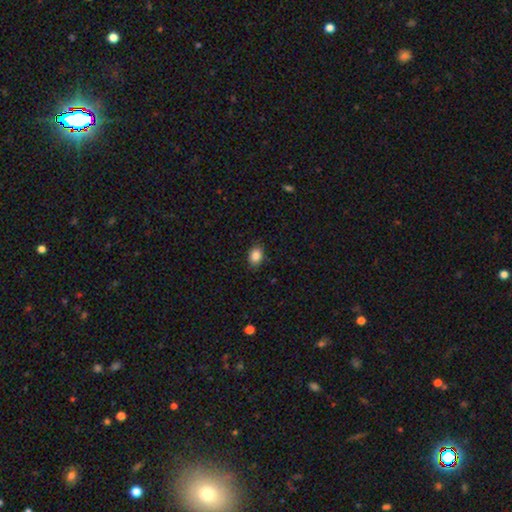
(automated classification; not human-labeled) Smooth or featured? Predicted: smooth (p=0.87). How rounded? Predicted: in between (p=0.69). Merging? Predicted: none (p=0.85).